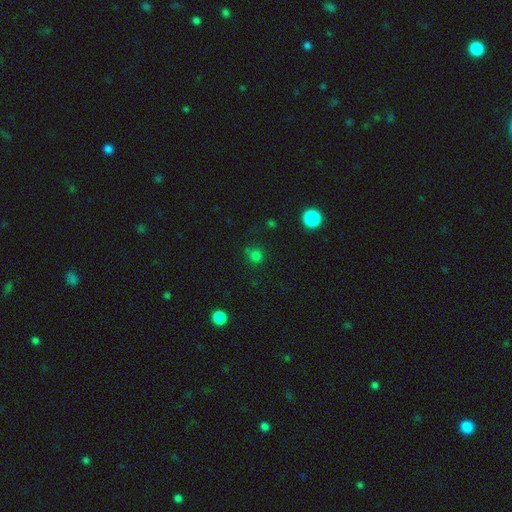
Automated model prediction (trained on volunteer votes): Morphology: type=smooth (75%); roundness=round (90%); merging=none (75%).